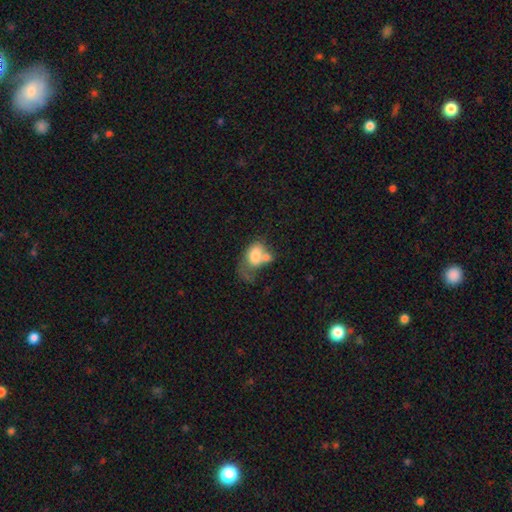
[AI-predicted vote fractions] smooth 67%, featured or disk 25%, star or artifact 8%. Down the decision tree: how rounded — in between (77%); merging — merger (48%).